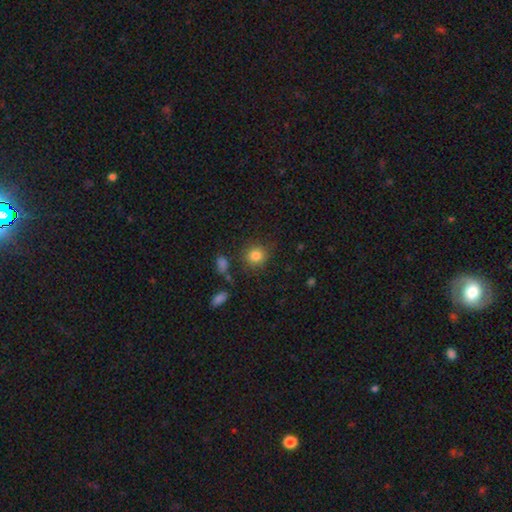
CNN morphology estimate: A smooth galaxy with no disk features (82%) that is round (87%). Merging: none (82%).